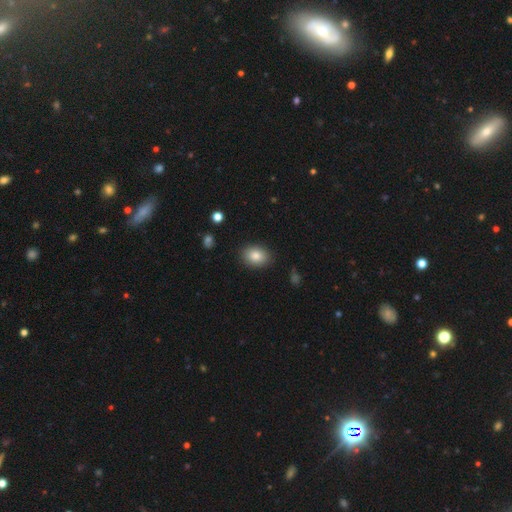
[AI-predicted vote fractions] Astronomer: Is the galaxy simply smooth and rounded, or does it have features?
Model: smooth — 84%.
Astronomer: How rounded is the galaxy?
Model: in between — 72%.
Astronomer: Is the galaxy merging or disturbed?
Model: none — 87%.